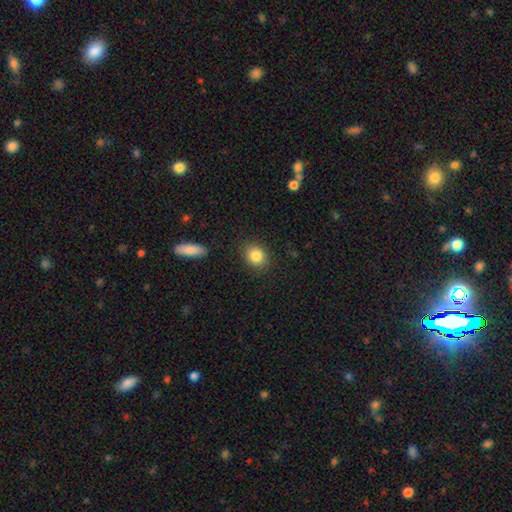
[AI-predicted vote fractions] Smooth or featured? Predicted: smooth (p=0.85). How rounded? Predicted: round (p=0.63). Merging? Predicted: none (p=0.86).